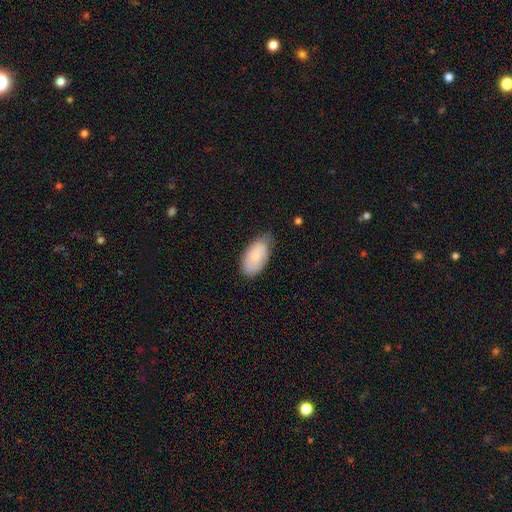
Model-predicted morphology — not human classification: Q: Smooth or featured?
A: smooth (76%); runner-up: featured or disk (18%)
Q: How rounded?
A: in between (95%); runner-up: round (3%)
Q: Merging?
A: none (56%); runner-up: minor disturbance (36%)